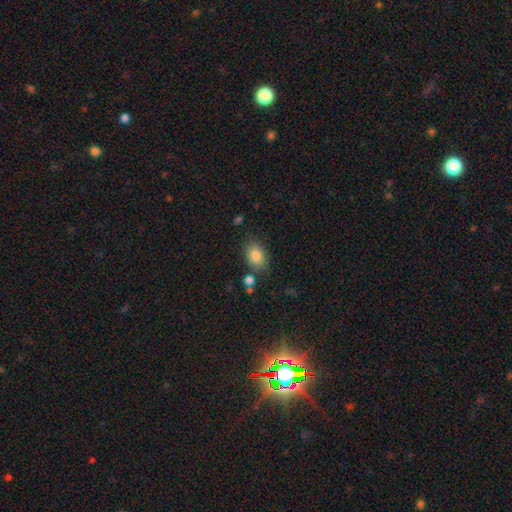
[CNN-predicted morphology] A smooth galaxy with no disk features (84%) that is in between round and cigar-shaped (79%).

Vote fractions:
- Smooth or featured? smooth: 84% / star or artifact: 8% / featured or disk: 7%
- How rounded? in between: 79% / round: 20% / cigar-shaped: 1%
- Merging? none: 77% / minor disturbance: 14% / merger: 5% / major disturbance: 4%